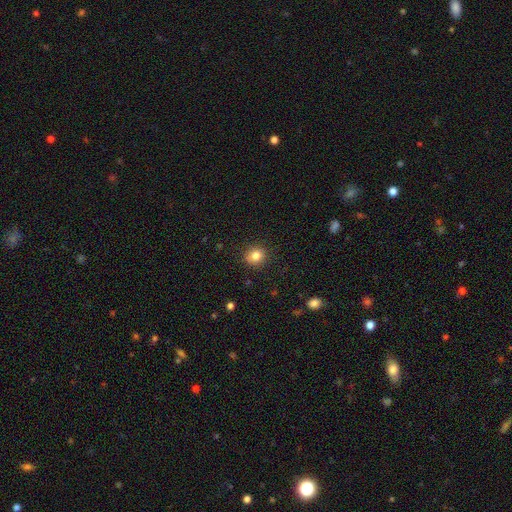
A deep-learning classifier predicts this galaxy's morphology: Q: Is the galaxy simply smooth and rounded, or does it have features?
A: smooth — 83%.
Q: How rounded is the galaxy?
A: round — 80%.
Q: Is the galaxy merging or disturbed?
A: none — 89%.